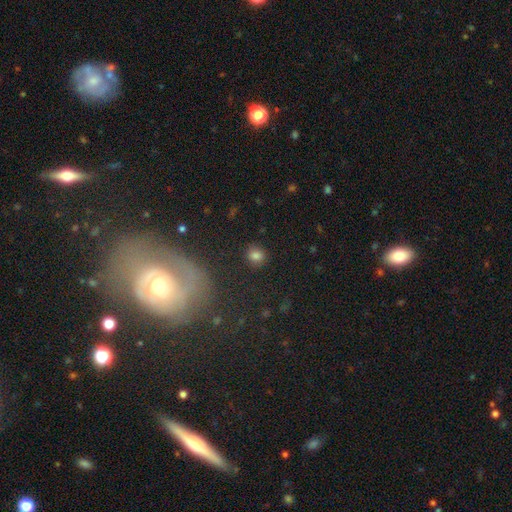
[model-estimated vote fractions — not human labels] A smooth galaxy with no disk features (80%) that is round (72%). Merging: none (86%).